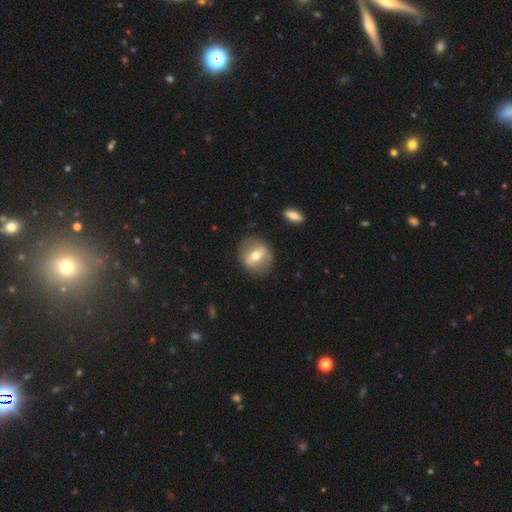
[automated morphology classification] A featured or disk galaxy (54%).

Vote fractions:
- Smooth or featured? featured or disk: 54% / smooth: 39% / star or artifact: 8%
- Edge-on disk? no: 72% / yes: 28%
- Merging? none: 83% / minor disturbance: 11% / major disturbance: 4% / merger: 2%